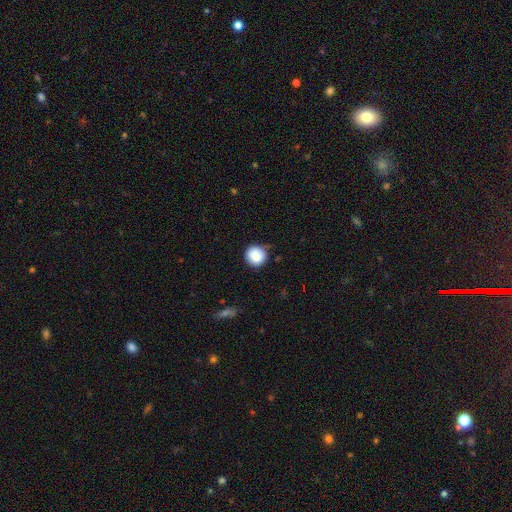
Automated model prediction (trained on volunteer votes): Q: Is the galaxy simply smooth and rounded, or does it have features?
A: smooth — 87%.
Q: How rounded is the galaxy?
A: round — 93%.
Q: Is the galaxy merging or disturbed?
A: none — 74%.